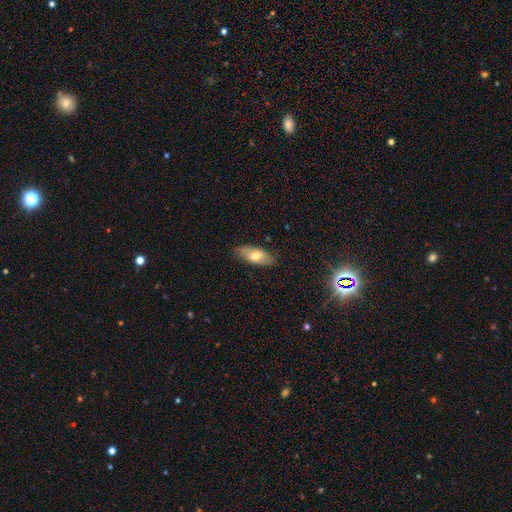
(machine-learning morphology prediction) smooth-or-featured: smooth: 68% | featured or disk: 25% | star or artifact: 7%
  how-rounded: in between: 79% | cigar-shaped: 18% | round: 3%
  merging: none: 84% | minor disturbance: 13% | major disturbance: 2% | merger: 1%